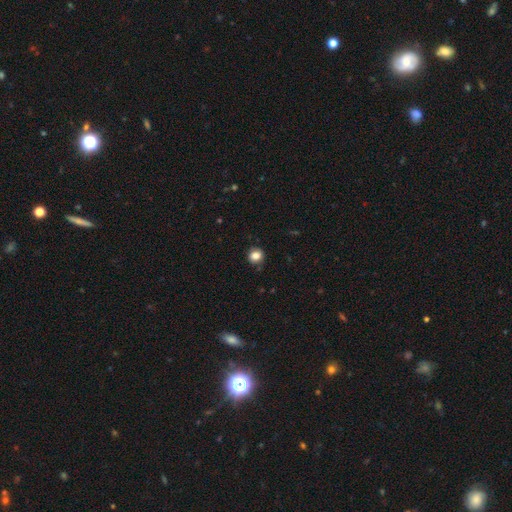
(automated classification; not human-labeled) Smooth or featured?
  - smooth: 83% *
  - star or artifact: 11%
  - featured or disk: 6%
How rounded?
  - round: 85% *
  - in between: 14%
  - cigar-shaped: 1%
Merging?
  - none: 87% *
  - minor disturbance: 10%
  - major disturbance: 2%
  - merger: 1%